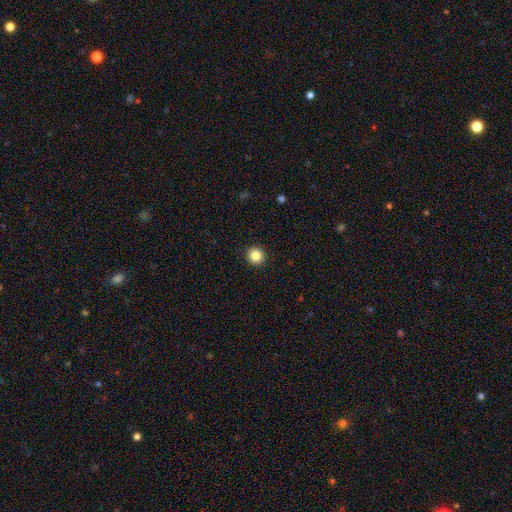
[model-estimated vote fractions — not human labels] smooth_or_featured: smooth (p=0.85) [alt: star or artifact p=0.10]
how_rounded: round (p=0.94) [alt: in between p=0.05]
merging: none (p=0.93) [alt: minor disturbance p=0.04]